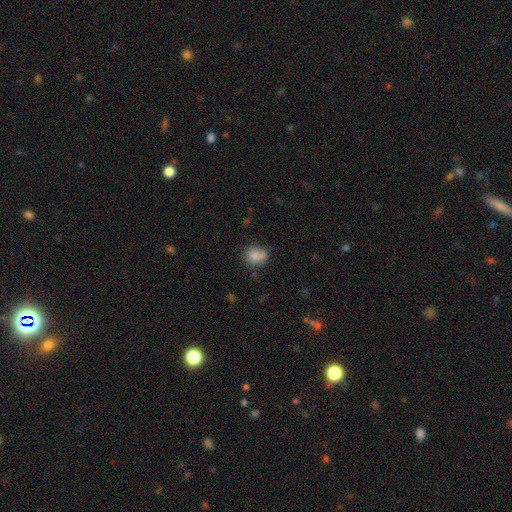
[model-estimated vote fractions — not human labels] The model was most divided on "how rounded": round: 61%, in between: 38%, cigar-shaped: 1%. More confident: smooth or featured — smooth (84%); merging — none (69%).